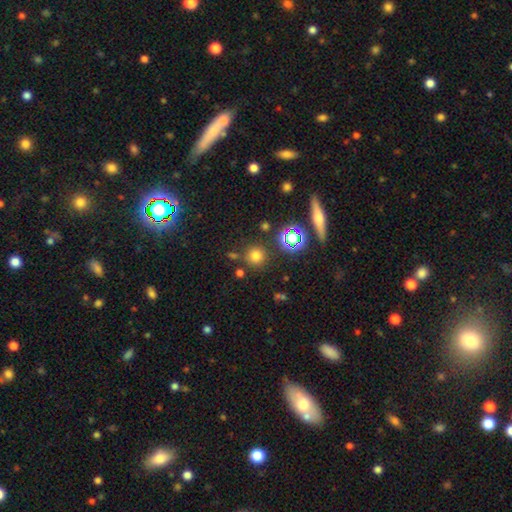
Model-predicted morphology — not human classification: Smooth or featured?
  - smooth: 69% *
  - star or artifact: 24%
  - featured or disk: 8%
How rounded?
  - round: 93% *
  - in between: 6%
  - cigar-shaped: 1%
Merging?
  - none: 81% *
  - minor disturbance: 9%
  - merger: 7%
  - major disturbance: 4%